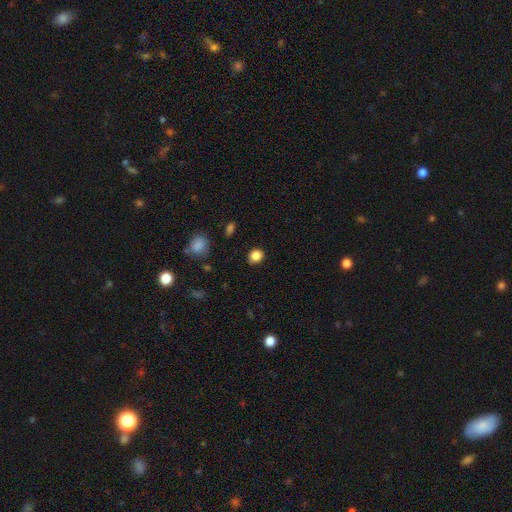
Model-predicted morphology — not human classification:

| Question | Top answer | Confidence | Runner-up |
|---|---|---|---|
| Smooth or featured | smooth | 86% | star or artifact (10%) |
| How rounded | round | 66% | in between (33%) |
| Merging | none | 88% | minor disturbance (9%) |